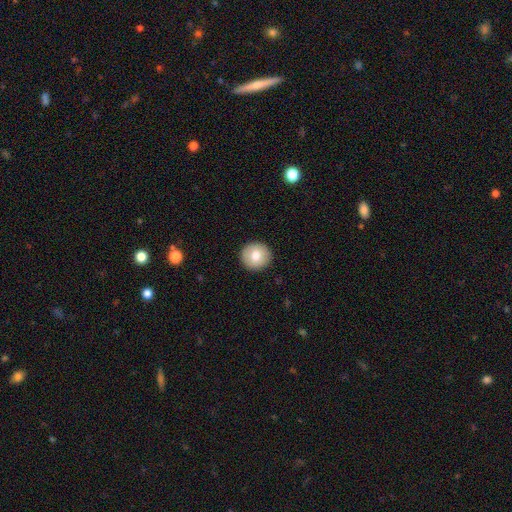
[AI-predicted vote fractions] Overall: smooth (76%). How rounded: round (94%). Merging: none (92%).